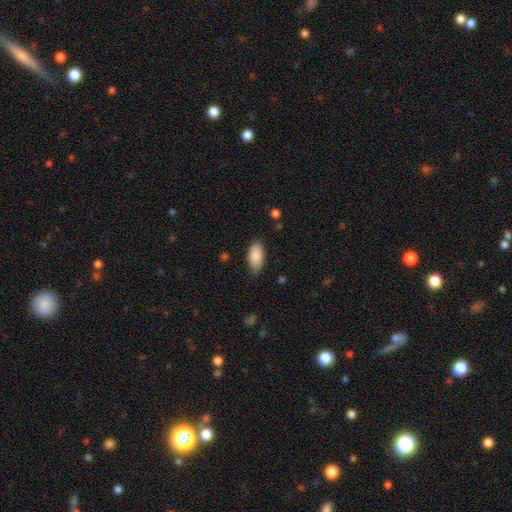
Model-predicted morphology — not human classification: This appears to be a smooth galaxy with no disk features (89%) that is in between round and cigar-shaped (93%). Merging: none (83%).